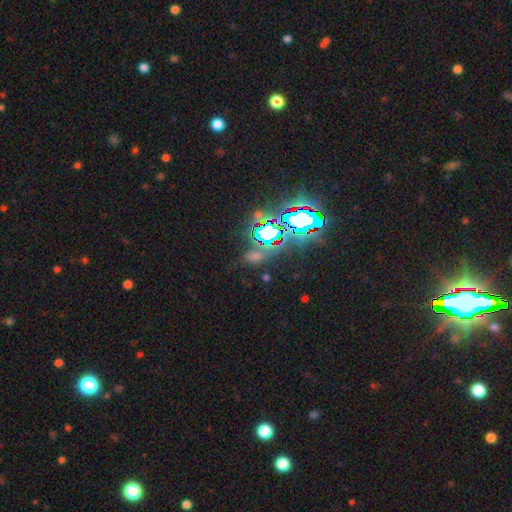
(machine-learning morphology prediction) Smooth or featured? star or artifact (67%)